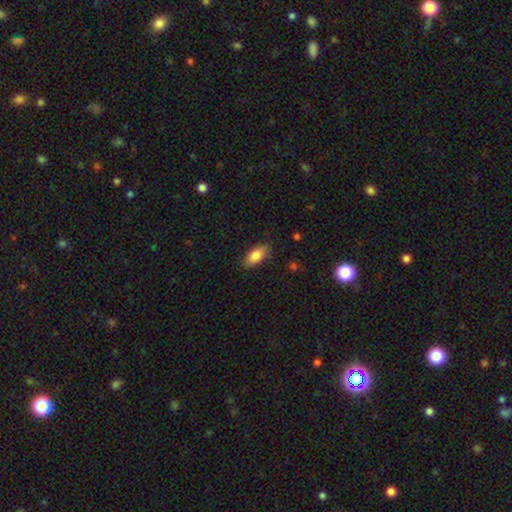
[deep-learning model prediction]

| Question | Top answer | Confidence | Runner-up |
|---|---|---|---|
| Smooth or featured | smooth | 83% | featured or disk (11%) |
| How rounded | in between | 87% | cigar-shaped (9%) |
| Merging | none | 82% | minor disturbance (14%) |